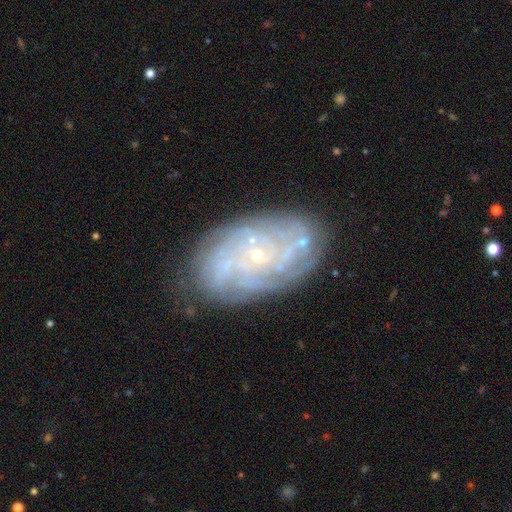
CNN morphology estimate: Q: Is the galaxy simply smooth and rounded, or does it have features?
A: featured or disk — 80%.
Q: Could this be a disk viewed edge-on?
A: no — 96%.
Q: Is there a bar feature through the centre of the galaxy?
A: no — 78%.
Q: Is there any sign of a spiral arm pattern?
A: yes — 89%.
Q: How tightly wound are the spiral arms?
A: tight — 68%.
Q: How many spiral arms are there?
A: can't tell — 41%.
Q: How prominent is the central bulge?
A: small — 84%.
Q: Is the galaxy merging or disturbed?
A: none — 76%.